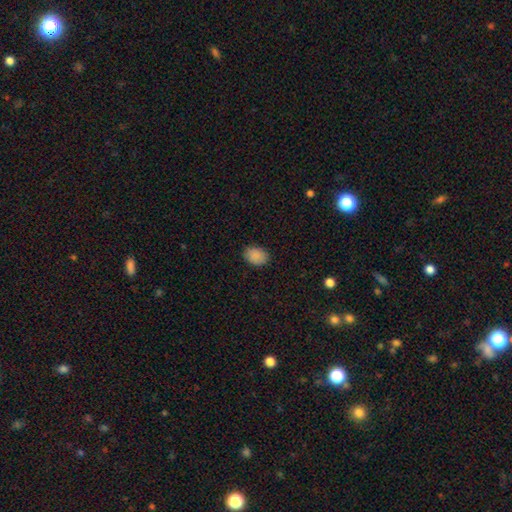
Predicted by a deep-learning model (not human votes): smooth-or-featured: smooth: 89% | star or artifact: 8% | featured or disk: 3%
  how-rounded: in between: 74% | round: 25% | cigar-shaped: 1%
  merging: none: 87% | minor disturbance: 10% | major disturbance: 2% | merger: 1%